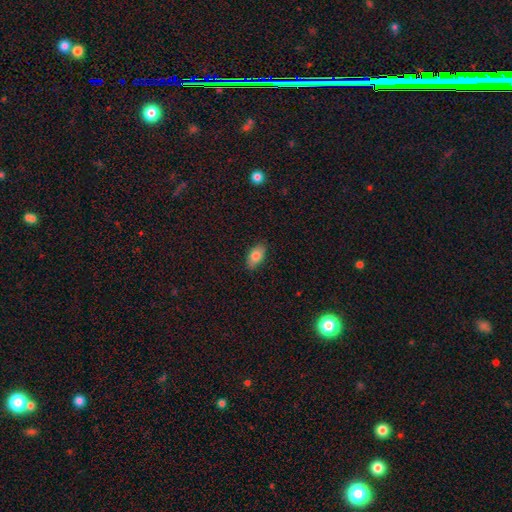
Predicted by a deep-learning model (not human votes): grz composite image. It shows a smooth galaxy with no disk features (81%) that is in between round and cigar-shaped (91%). Merging: none (86%).